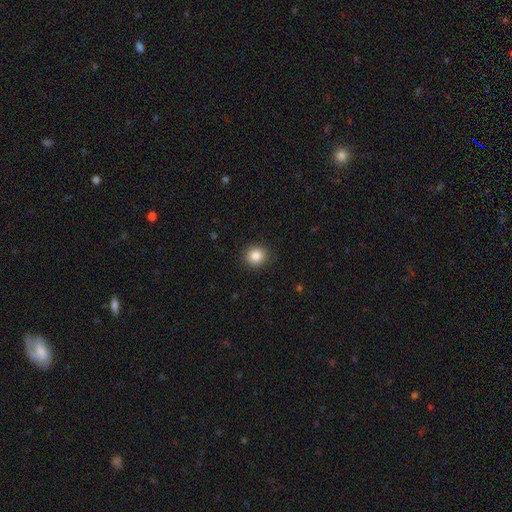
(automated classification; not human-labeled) A smooth galaxy with no disk features (85%) that is round (88%). Merging: none (91%).